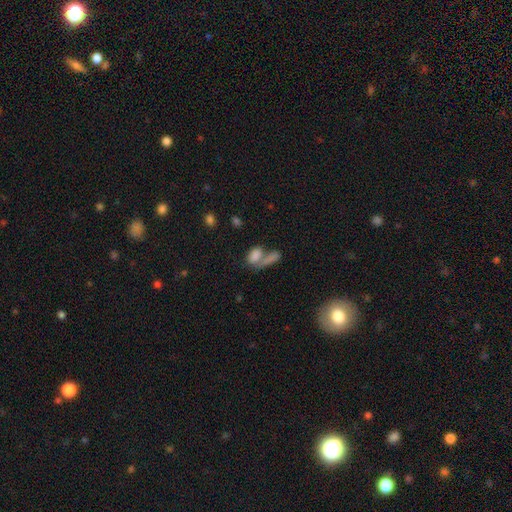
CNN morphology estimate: smooth_or_featured: smooth (p=0.80) [alt: featured or disk p=0.10]
how_rounded: in between (p=0.82) [alt: round p=0.10]
merging: merger (p=0.54) [alt: none p=0.31]